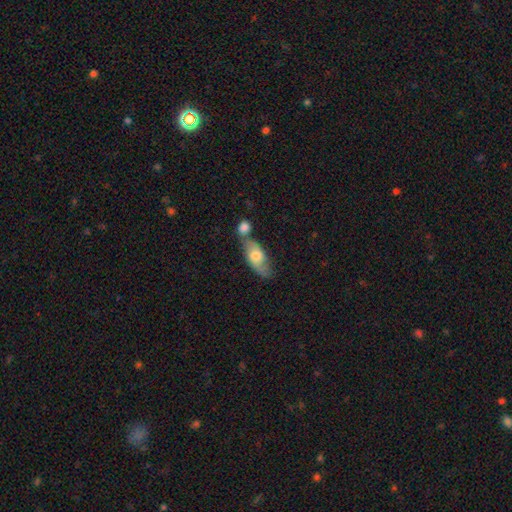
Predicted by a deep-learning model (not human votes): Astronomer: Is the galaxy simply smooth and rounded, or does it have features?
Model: smooth — 56% (runner-up: featured or disk, 37%).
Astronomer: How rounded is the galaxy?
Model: in between — 79%.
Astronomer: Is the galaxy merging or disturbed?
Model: none — 39% (runner-up: merger, 37%).